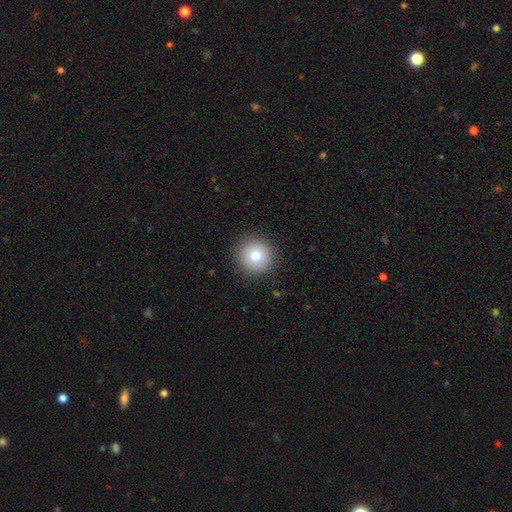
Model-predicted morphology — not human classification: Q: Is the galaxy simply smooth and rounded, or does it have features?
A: smooth — 76%.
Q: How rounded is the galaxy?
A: round — 95%.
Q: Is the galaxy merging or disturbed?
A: none — 91%.